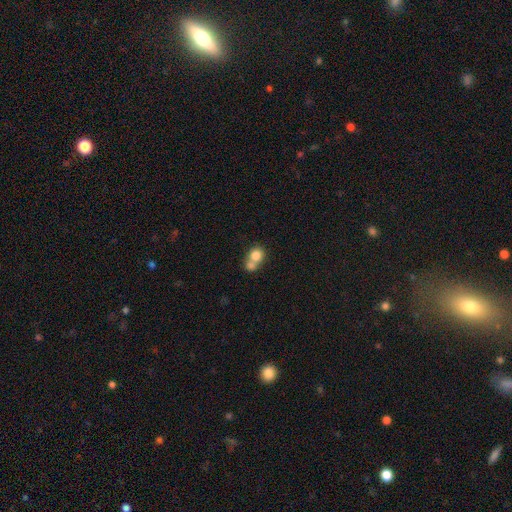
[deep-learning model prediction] Smooth or featured: smooth — 77% (featured or disk — 13%)
How rounded: round — 74% (in between — 25%)
Merging: merger — 60% (none — 30%)